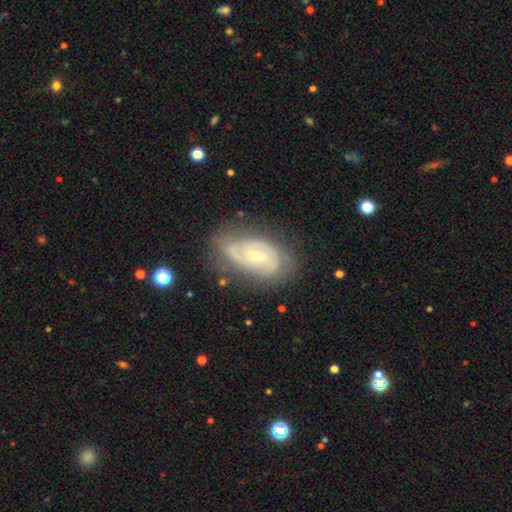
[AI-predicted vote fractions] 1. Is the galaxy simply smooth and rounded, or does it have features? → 77% featured or disk, 16% smooth, 6% star or artifact.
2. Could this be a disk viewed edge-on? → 95% no, 5% yes.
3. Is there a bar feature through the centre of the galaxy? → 52% no, 38% weak, 10% strong.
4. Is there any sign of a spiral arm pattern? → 85% yes, 15% no.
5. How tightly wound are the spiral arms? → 49% tight, 37% medium, 14% loose.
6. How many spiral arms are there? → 53% 2, 28% can't tell, 8% 3, 7% 1, 2% 4, 2% more than 4.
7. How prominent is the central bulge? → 58% small, 39% moderate, 1% large, 1% none, 1% dominant.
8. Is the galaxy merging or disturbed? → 67% none, 22% minor disturbance, 9% major disturbance, 2% merger.